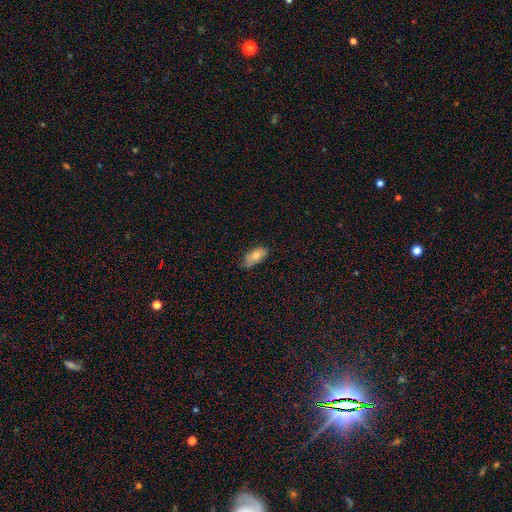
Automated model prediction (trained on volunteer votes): smooth_or_featured: smooth (p=0.75) [alt: featured or disk p=0.16]
how_rounded: in between (p=0.90) [alt: cigar-shaped p=0.06]
merging: none (p=0.54) [alt: minor disturbance p=0.36]